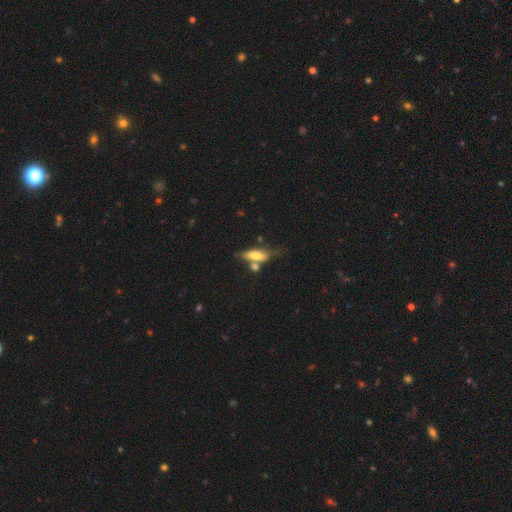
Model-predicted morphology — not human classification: smooth 64%, featured or disk 29%, star or artifact 7%. Down the decision tree: how rounded — in between (57%); merging — none (47%).